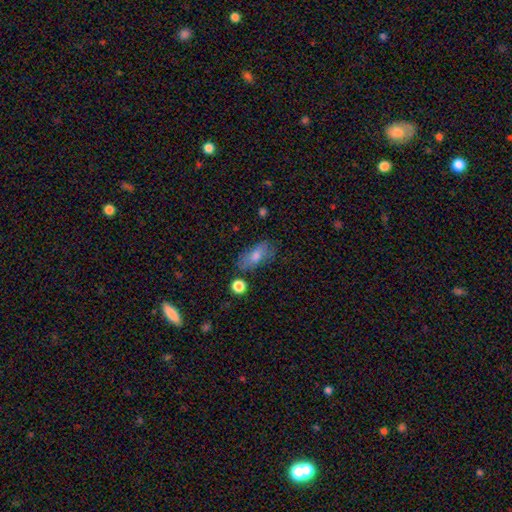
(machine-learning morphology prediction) Overall: smooth (70%). How rounded: in between (83%). Merging: none (71%).